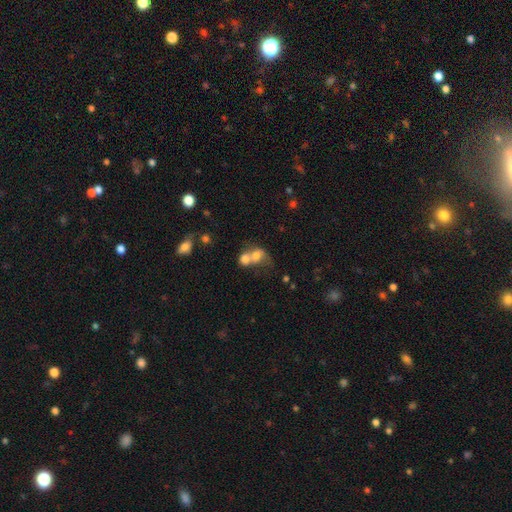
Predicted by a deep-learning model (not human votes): A smooth galaxy with no disk features (64%) that is in between round and cigar-shaped (49%, tied with round).

Vote fractions:
- Smooth or featured? smooth: 64% / featured or disk: 25% / star or artifact: 11%
- How rounded? in between: 49% (tied) / round: 49% (tied) / cigar-shaped: 2%
- Merging? merger: 77% / none: 12% / major disturbance: 6% / minor disturbance: 5%